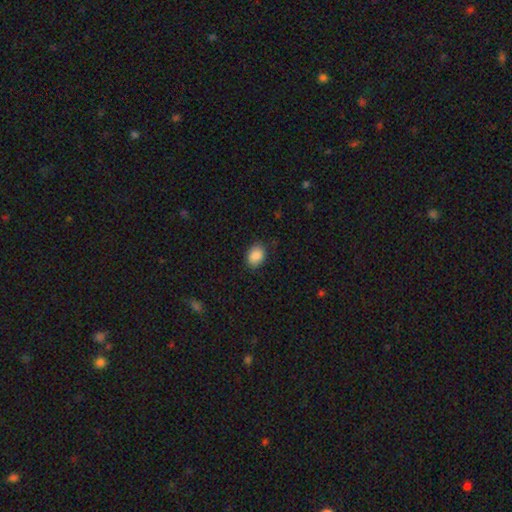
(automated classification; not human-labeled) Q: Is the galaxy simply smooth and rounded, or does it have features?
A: smooth — 89%.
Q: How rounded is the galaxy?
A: in between — 72%.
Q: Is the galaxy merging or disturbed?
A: none — 83%.